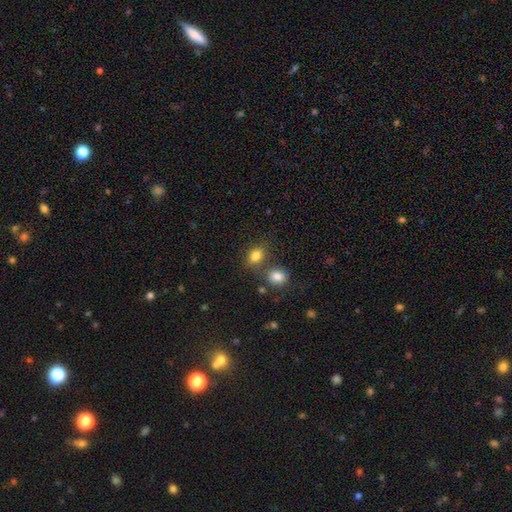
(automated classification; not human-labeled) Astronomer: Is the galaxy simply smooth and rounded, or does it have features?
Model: smooth — 82%.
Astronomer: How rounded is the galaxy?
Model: in between — 57% (runner-up: round, 41%).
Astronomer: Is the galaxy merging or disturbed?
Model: none — 62%.